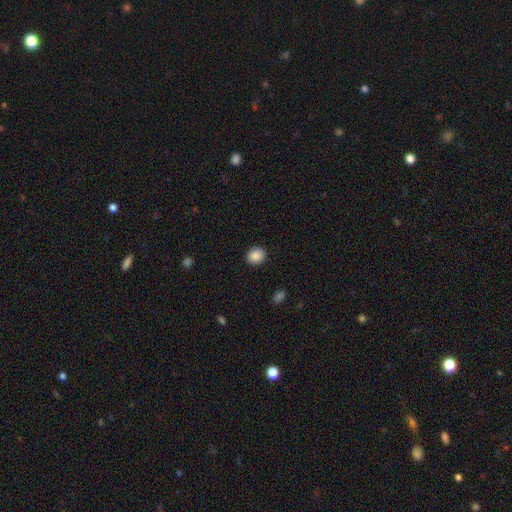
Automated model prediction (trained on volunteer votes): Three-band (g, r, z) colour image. It shows a smooth galaxy with no disk features (88%) that is round (74%). Merging: none (91%).